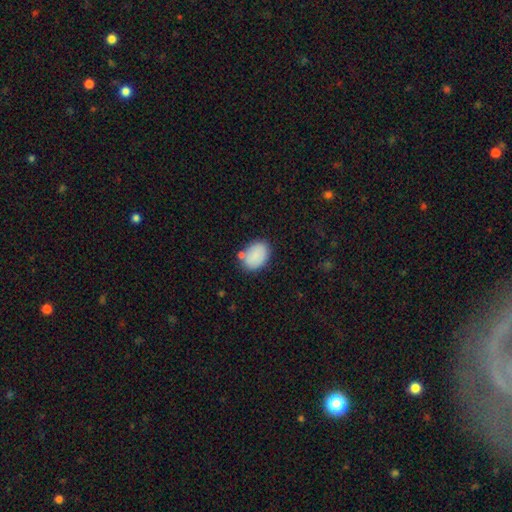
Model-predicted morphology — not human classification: Smooth or featured?
  - smooth: 86% *
  - star or artifact: 7%
  - featured or disk: 6%
How rounded?
  - in between: 82% *
  - round: 17%
  - cigar-shaped: 1%
Merging?
  - none: 71% *
  - minor disturbance: 16%
  - merger: 9%
  - major disturbance: 4%